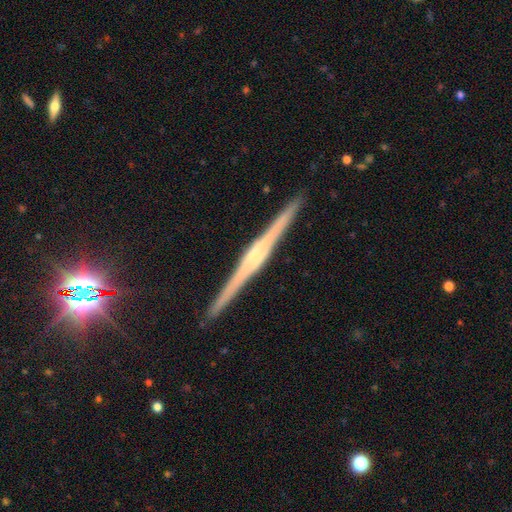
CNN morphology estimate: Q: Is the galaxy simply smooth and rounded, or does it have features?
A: featured or disk — 84%.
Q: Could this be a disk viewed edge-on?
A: yes — 99%.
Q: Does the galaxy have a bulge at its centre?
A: rounded — 52%.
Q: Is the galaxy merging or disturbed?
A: none — 92%.